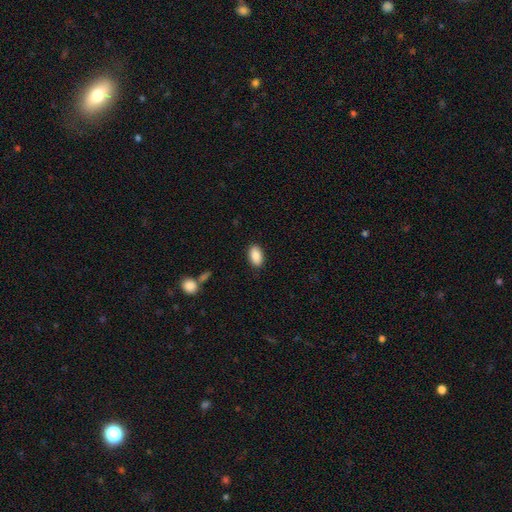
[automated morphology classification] Smooth or featured: smooth — 89% (star or artifact — 7%)
How rounded: in between — 93% (round — 5%)
Merging: none — 88% (minor disturbance — 9%)